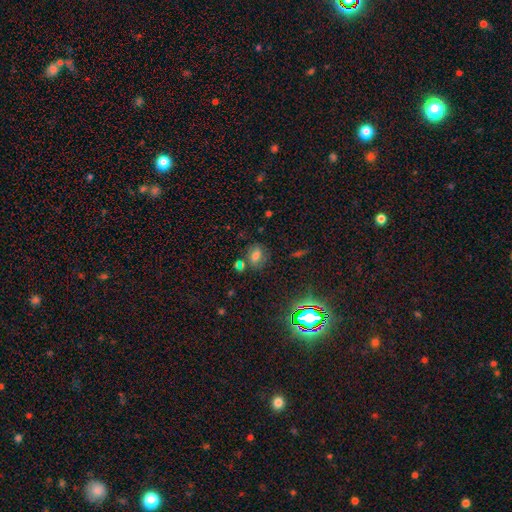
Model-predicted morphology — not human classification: Smooth or featured? Predicted: smooth (p=0.57). How rounded? Predicted: in between (p=0.67). Merging? Predicted: none (p=0.64).